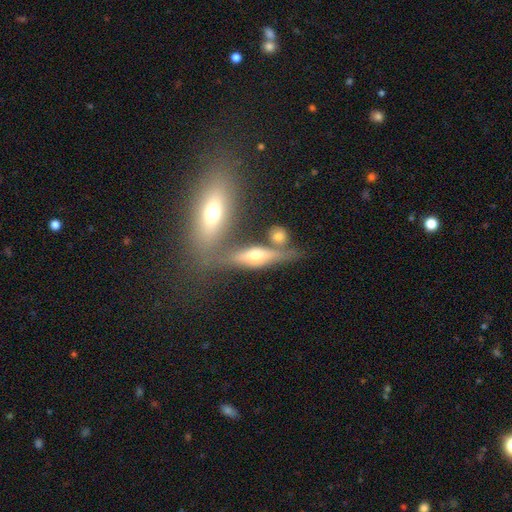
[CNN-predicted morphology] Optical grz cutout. It shows a featured or disk galaxy (58%) viewed edge-on (81%). Merging: none (52%).